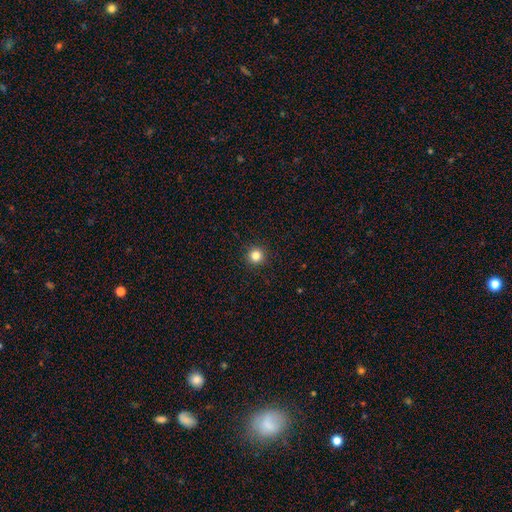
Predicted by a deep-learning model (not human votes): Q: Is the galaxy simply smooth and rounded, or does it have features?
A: smooth — 83%.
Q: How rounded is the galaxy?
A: round — 96%.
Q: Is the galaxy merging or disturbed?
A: none — 93%.